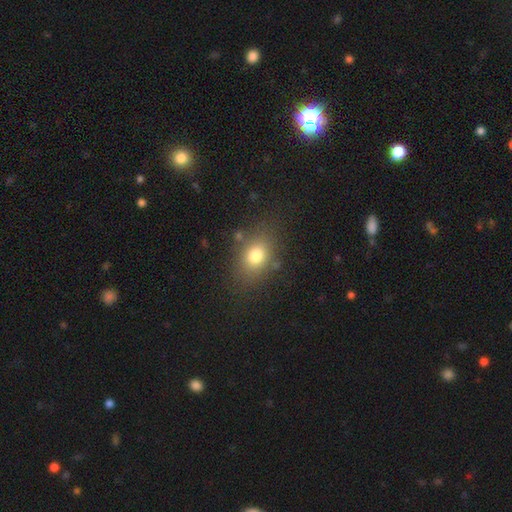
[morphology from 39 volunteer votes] smooth_or_featured: smooth (p=0.67) [alt: featured or disk p=0.23]
how_rounded: in between (p=0.69) [alt: round p=0.31]
merging: none (p=0.89) [alt: minor disturbance p=0.09]